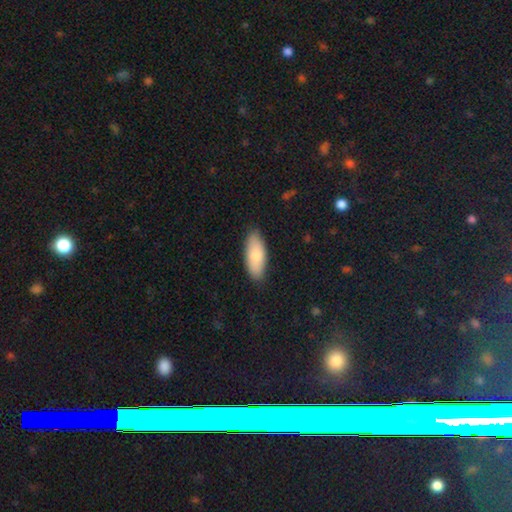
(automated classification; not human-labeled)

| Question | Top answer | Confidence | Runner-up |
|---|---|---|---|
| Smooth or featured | smooth | 81% | featured or disk (13%) |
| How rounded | in between | 83% | cigar-shaped (15%) |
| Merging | none | 85% | minor disturbance (12%) |